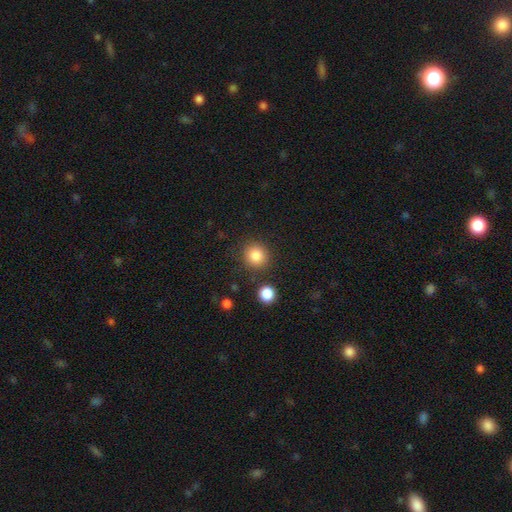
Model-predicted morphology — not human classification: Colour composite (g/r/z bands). It shows a smooth galaxy with no disk features (86%) that is round (89%). Merging: none (86%).